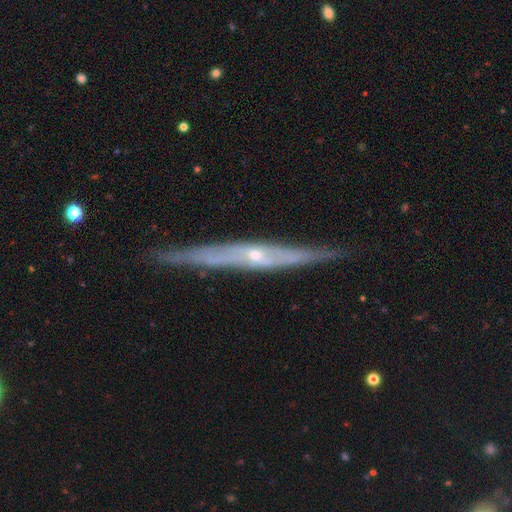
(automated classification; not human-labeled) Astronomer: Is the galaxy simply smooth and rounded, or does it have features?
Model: featured or disk — 79%.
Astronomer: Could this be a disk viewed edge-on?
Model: yes — 89%.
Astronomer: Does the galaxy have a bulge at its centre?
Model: rounded — 69%.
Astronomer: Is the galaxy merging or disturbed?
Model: none — 83%.